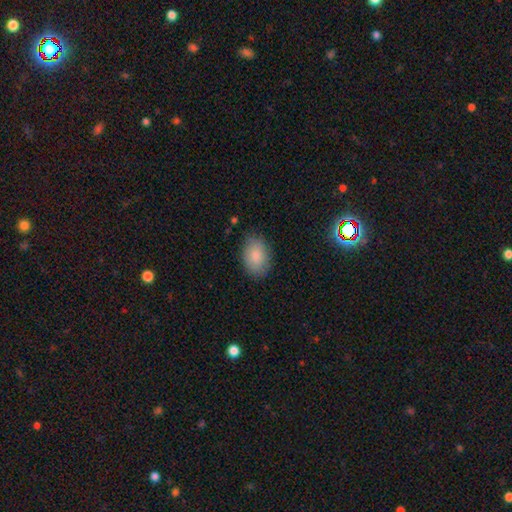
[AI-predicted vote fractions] This is clearly a smooth galaxy (86%). How rounded: clearly in between (86%). Merging: clearly none (81%).